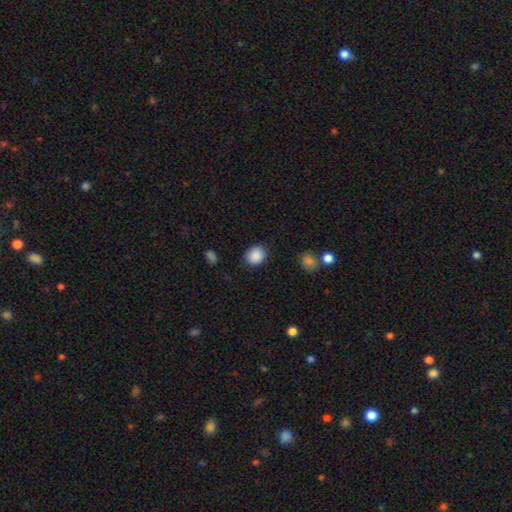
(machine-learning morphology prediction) This is clearly a smooth galaxy (89%). How rounded: likely round (69%). Merging: clearly none (85%).